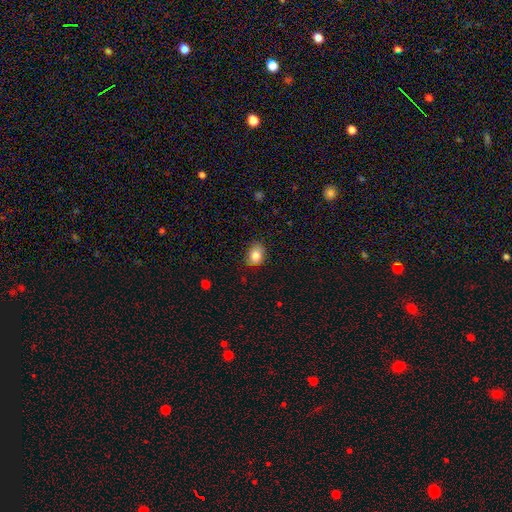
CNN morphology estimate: Overall: smooth (82%). How rounded: in between (61%; round 38%). Merging: none (70%).